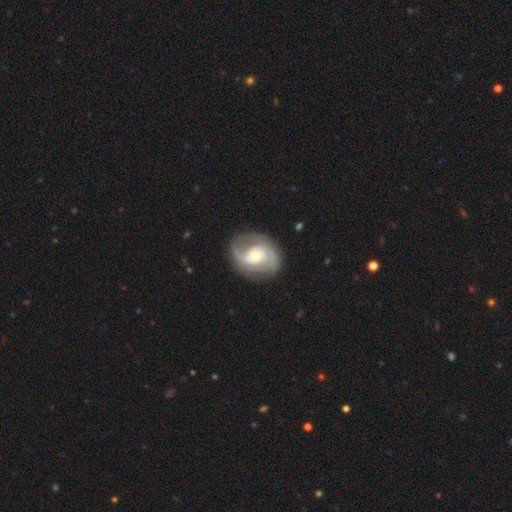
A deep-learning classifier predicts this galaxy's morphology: This is clearly a featured or disk galaxy (82%). It is clearly not viewed edge-on (97%). Bar: possibly no (60%). Spiral arm pattern: clearly yes (92%). Spiral arm count: likely 2 (78%). Spiral winding: marginally medium (43%). Central bulge: likely moderate (64%). Merging: likely none (75%).